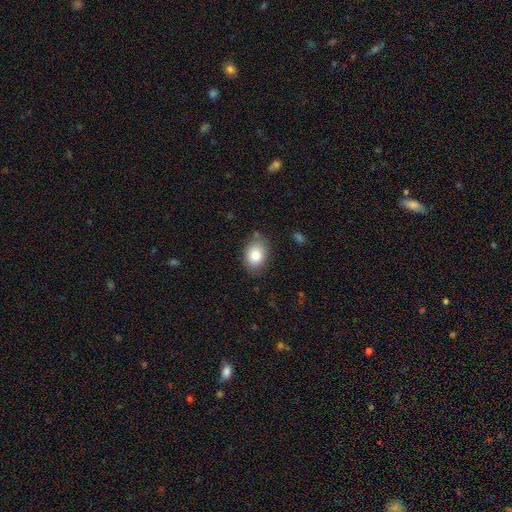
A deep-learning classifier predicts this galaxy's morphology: A smooth galaxy with no disk features (83%) that is in between round and cigar-shaped (79%).

Vote fractions:
- Smooth or featured? smooth: 83% / featured or disk: 9% / star or artifact: 8%
- How rounded? in between: 79% / round: 20% / cigar-shaped: 1%
- Merging? none: 78% / minor disturbance: 16% / major disturbance: 3% / merger: 2%